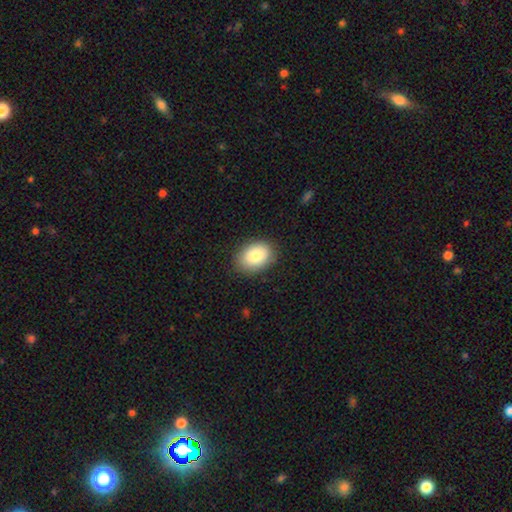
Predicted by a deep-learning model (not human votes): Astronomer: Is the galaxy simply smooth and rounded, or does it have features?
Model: smooth — 84%.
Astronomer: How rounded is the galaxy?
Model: in between — 73%.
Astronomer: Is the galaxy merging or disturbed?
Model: none — 86%.